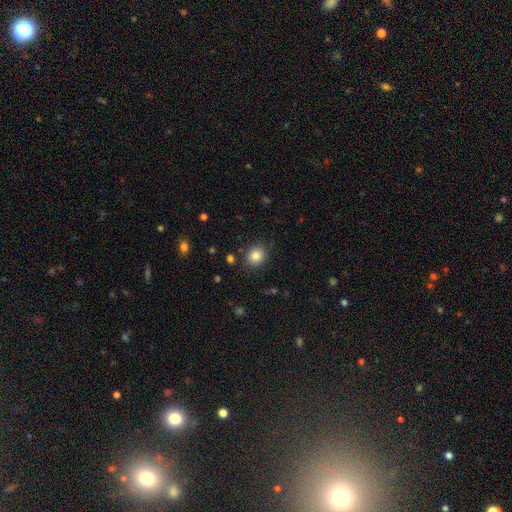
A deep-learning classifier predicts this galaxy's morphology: type=smooth (83%); roundness=round (74%); merging=none (86%).